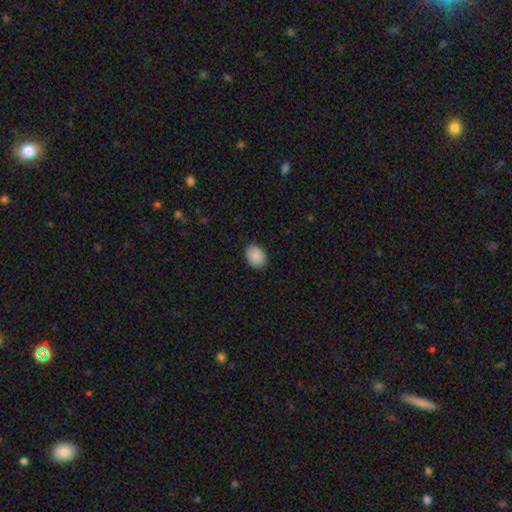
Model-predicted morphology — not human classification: smooth 90%, star or artifact 7%, featured or disk 3%. Down the decision tree: how rounded — in between (58%); merging — none (90%).